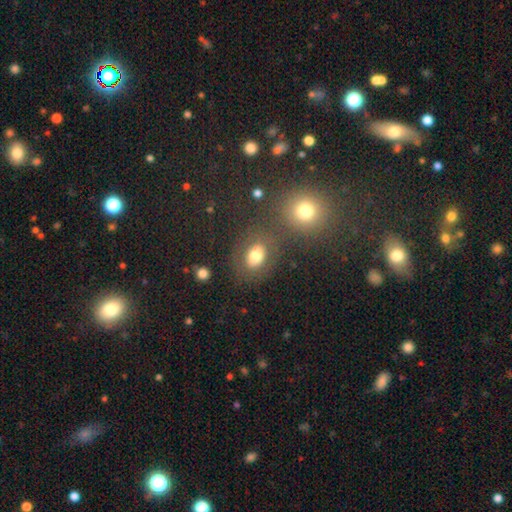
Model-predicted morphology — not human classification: Smooth or featured? smooth (75%)
How rounded? in between (63%)
Merging? none (68%)